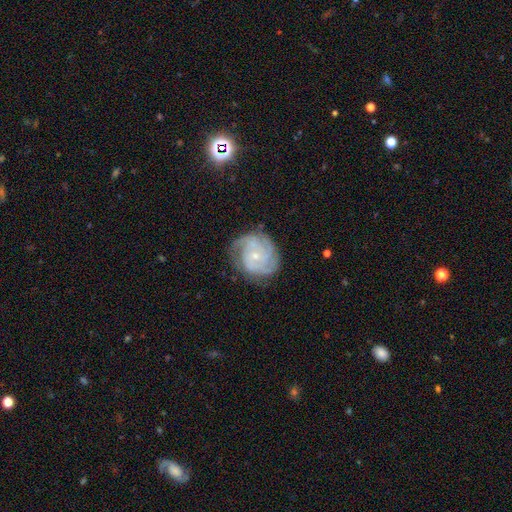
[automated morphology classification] Smooth or featured? Predicted: featured or disk (p=0.85). Edge-on disk? Predicted: no (p=0.98). Bar? Predicted: no (p=0.72). Spiral arms? Predicted: yes (p=0.97). Spiral winding? Predicted: tight (p=0.67). Spiral arm count? Predicted: 3 (p=0.35). Bulge size? Predicted: small (p=0.75). Merging? Predicted: none (p=0.75).